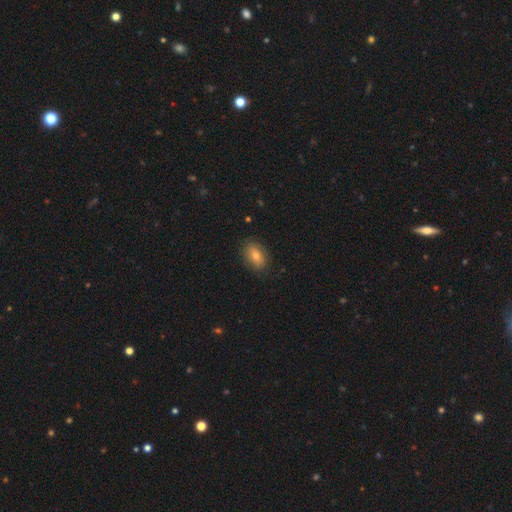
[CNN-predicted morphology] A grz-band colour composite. It shows a smooth galaxy with no disk features (66%) that is in between round and cigar-shaped (84%). Merging: none (84%).